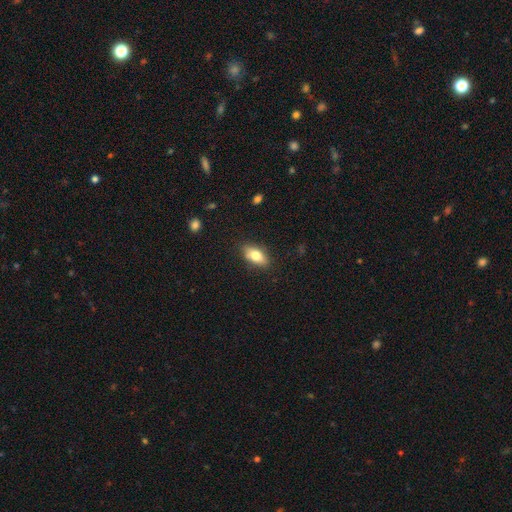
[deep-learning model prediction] Smooth or featured?
  - smooth: 75% *
  - featured or disk: 17%
  - star or artifact: 7%
How rounded?
  - in between: 86% *
  - cigar-shaped: 9%
  - round: 5%
Merging?
  - none: 84% *
  - minor disturbance: 12%
  - major disturbance: 3%
  - merger: 1%